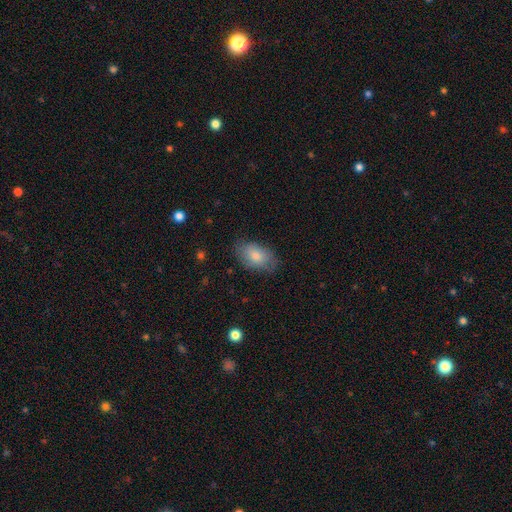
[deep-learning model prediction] A smooth galaxy with no disk features (79%) that is in between round and cigar-shaped (91%). Merging: none (73%).